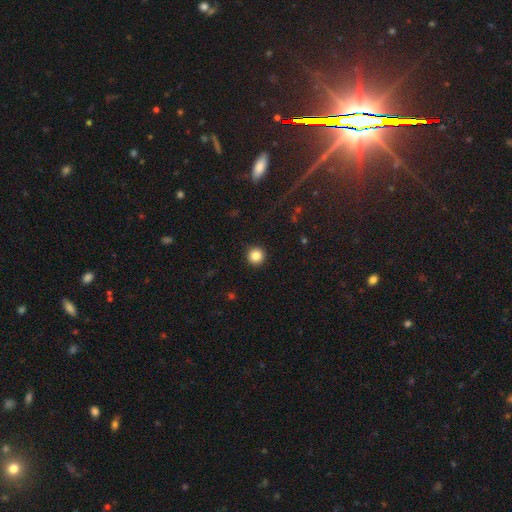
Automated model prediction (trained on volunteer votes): Morphology: type=smooth (85%); roundness=round (96%); merging=none (93%).